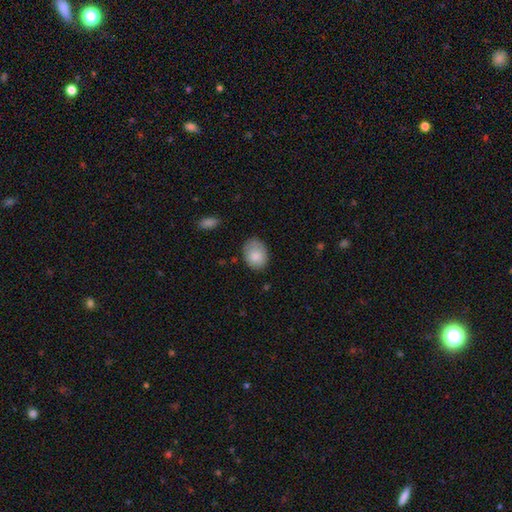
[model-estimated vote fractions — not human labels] This appears to be a smooth galaxy with no disk features (84%) that is in between round and cigar-shaped (67%). Merging: none (72%).